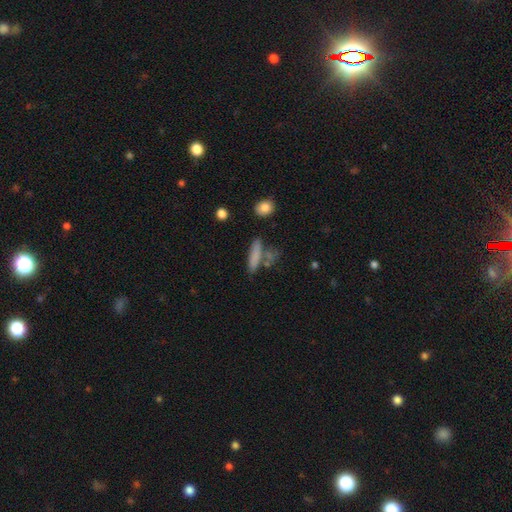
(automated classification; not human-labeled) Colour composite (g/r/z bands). It shows a smooth galaxy with no disk features (75%) that is cigar-shaped (72%). Merging: none (60%).